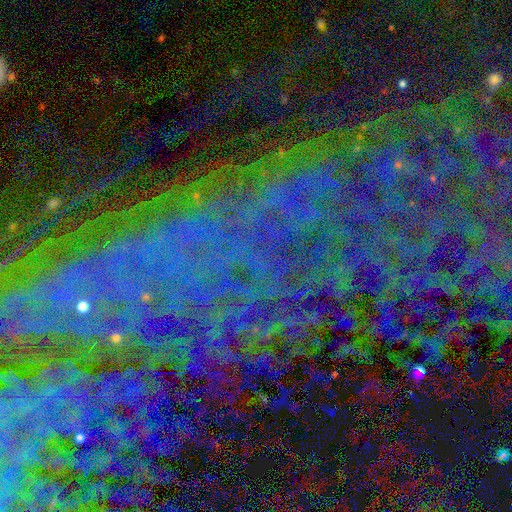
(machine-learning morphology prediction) Smooth or featured: star or artifact — 78% (featured or disk — 12%)